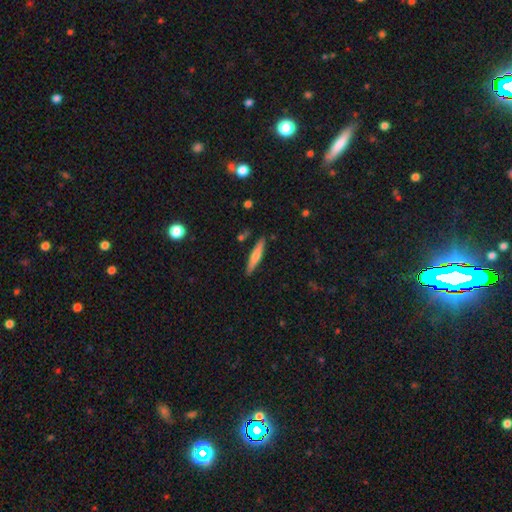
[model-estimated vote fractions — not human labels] Smooth or featured? Predicted: smooth (p=0.59). How rounded? Predicted: cigar-shaped (p=0.91). Merging? Predicted: none (p=0.88).